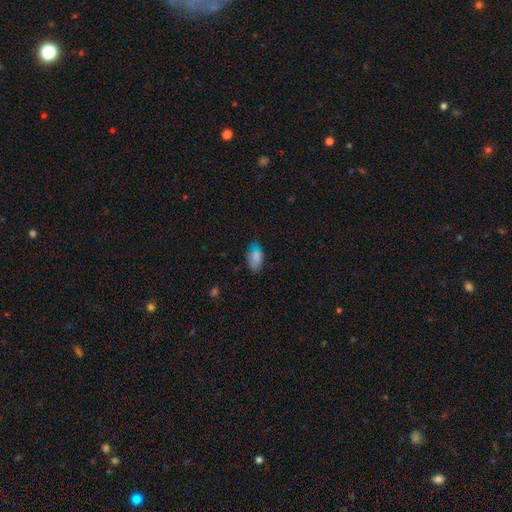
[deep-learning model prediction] The model was most divided on "merging": none: 64%, minor disturbance: 27%, major disturbance: 7%, merger: 3%. More confident: how rounded — in between (92%); smooth or featured — smooth (82%).